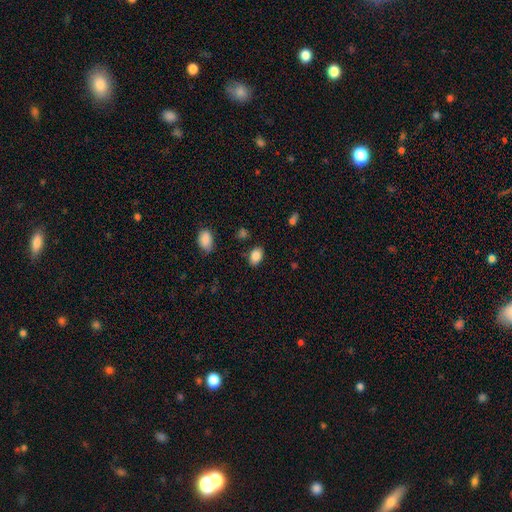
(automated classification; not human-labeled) A smooth galaxy with no disk features (86%) that is in between round and cigar-shaped (85%). Merging: none (83%).